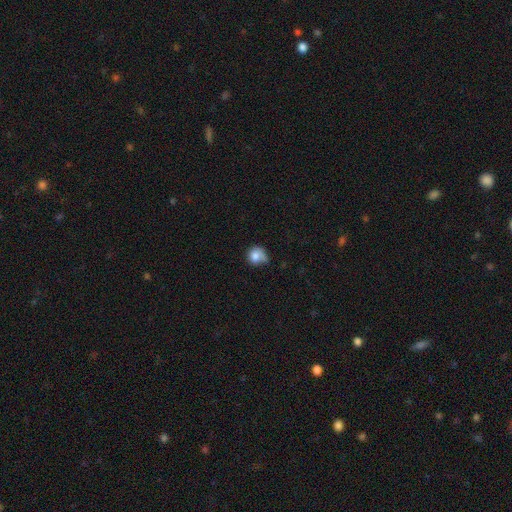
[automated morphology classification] The model was most divided on "merging": none: 39%, minor disturbance: 33%, major disturbance: 19%, merger: 9%. More confident: how rounded — round (77%); smooth or featured — smooth (76%).